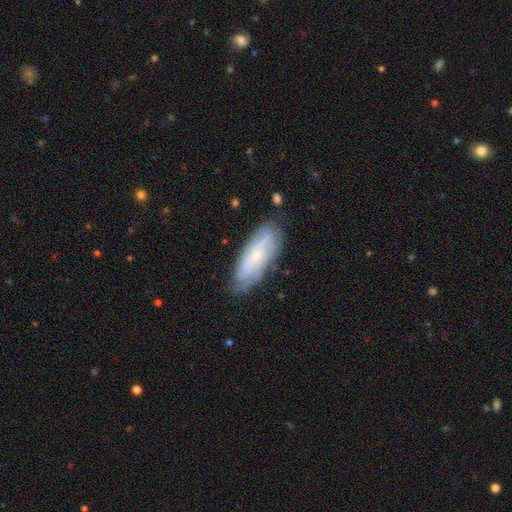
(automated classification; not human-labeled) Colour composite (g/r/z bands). It shows a featured or disk galaxy (57%). Merging: none (75%).